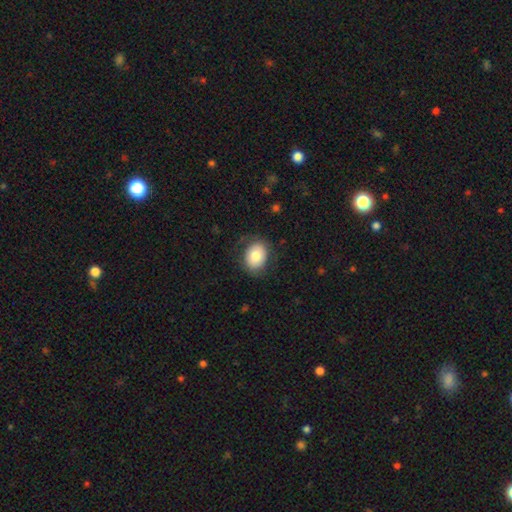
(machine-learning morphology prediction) The model was most divided on "how rounded": in between: 56%, round: 43%, cigar-shaped: 1%. More confident: smooth or featured — smooth (78%); merging — none (77%).